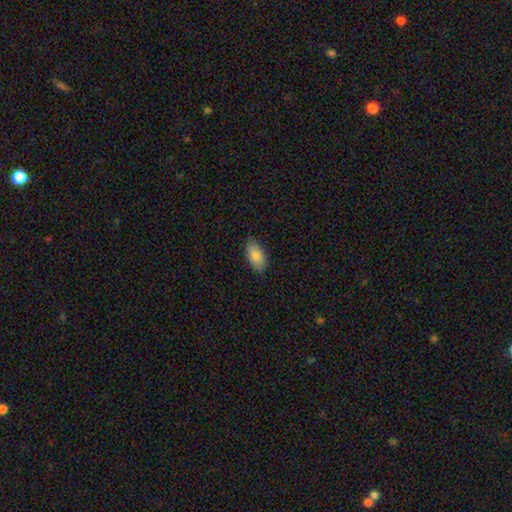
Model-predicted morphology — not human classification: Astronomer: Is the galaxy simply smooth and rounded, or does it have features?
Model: smooth — 81%.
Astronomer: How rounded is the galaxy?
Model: in between — 92%.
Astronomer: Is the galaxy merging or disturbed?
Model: none — 81%.